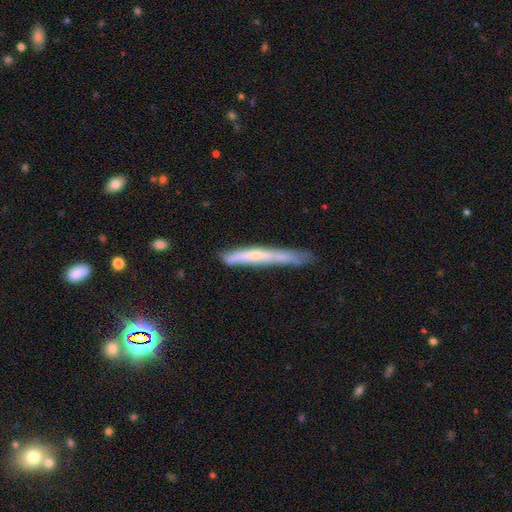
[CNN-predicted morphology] featured or disk 48%, smooth 44%, star or artifact 8%. Down the decision tree: merging — none (59%).